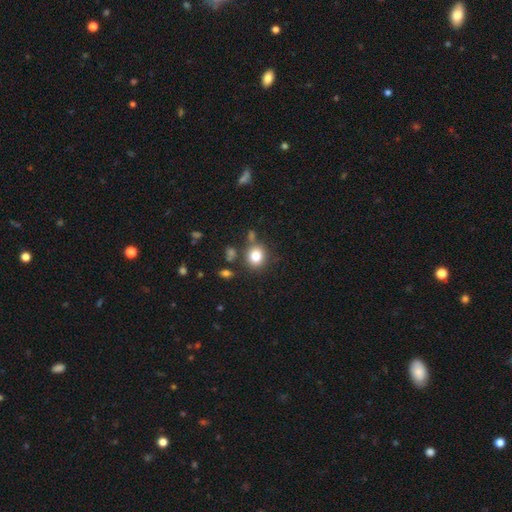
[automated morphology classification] Smooth or featured? smooth (82%)
How rounded? round (79%)
Merging? none (74%)